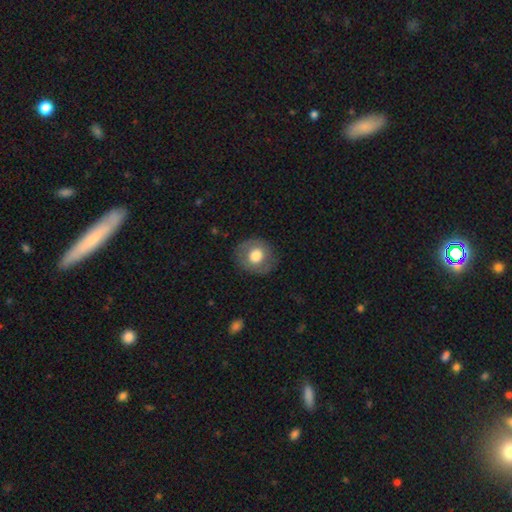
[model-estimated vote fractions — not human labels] Smooth or featured? smooth (68%)
How rounded? round (84%)
Merging? none (82%)